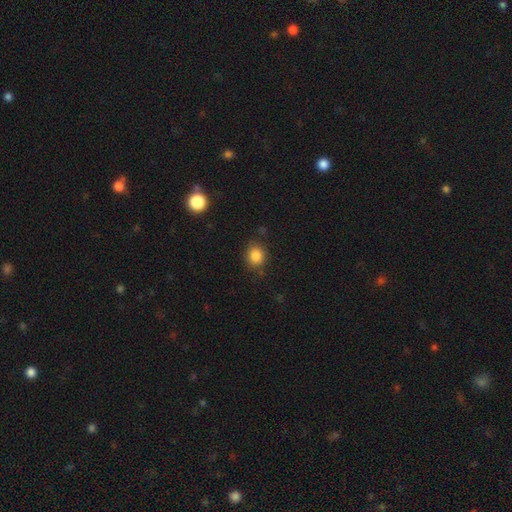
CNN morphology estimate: This appears to be a smooth galaxy with no disk features (85%) that is round (73%). Merging: none (81%).